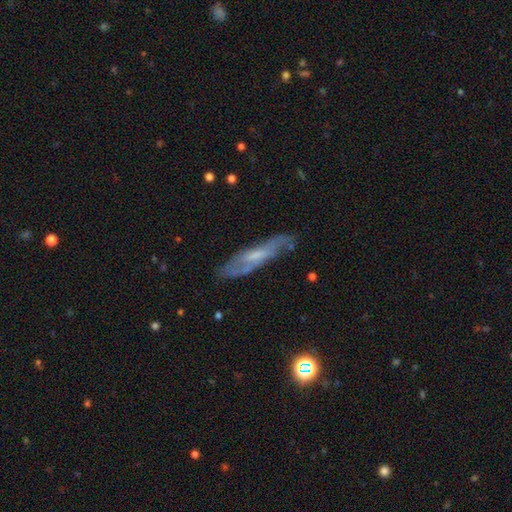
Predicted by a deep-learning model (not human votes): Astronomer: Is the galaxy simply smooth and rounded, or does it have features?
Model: featured or disk — 65%.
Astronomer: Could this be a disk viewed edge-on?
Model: no — 60% (runner-up: yes, 40%).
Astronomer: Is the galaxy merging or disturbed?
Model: none — 72%.